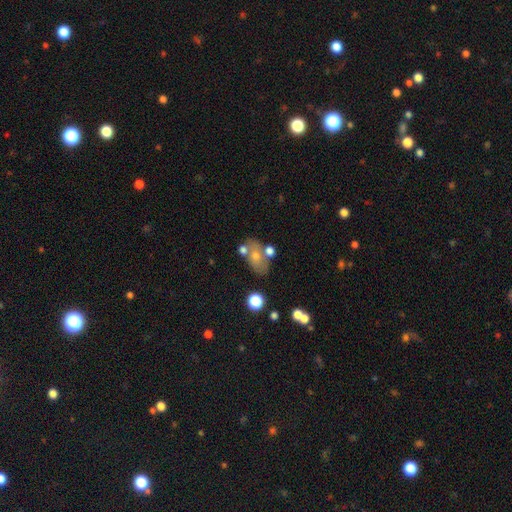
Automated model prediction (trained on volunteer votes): The model was most divided on "smooth or featured": smooth: 50%, featured or disk: 35%, star or artifact: 15%. More confident: how rounded — in between (77%); merging — none (54%).